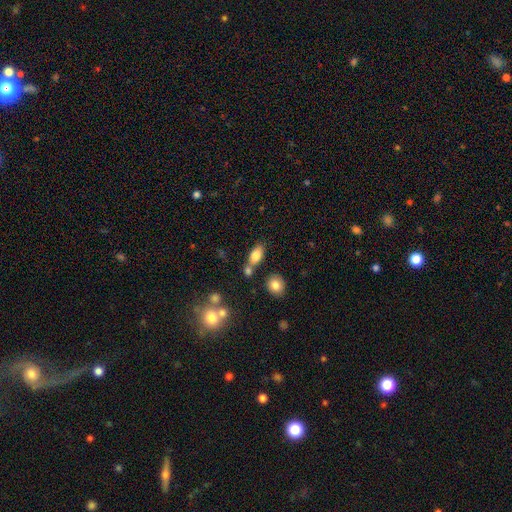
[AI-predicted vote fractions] This is likely a smooth galaxy (79%). How rounded: clearly in between (85%). Merging: likely none (60%).